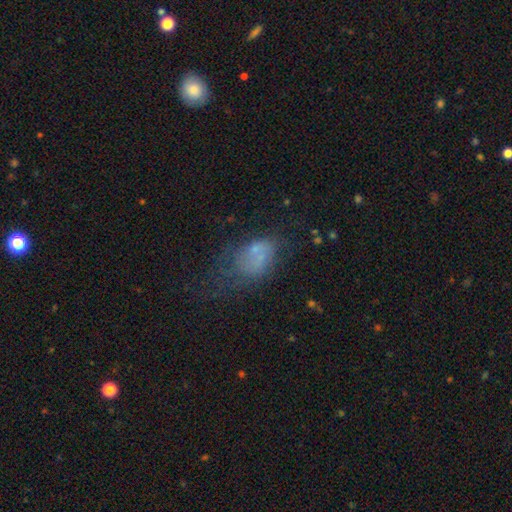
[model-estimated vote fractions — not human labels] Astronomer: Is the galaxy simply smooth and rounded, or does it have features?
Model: smooth — 49% (runner-up: featured or disk, 33%).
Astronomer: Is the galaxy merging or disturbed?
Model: major disturbance — 39% (runner-up: none, 28%).